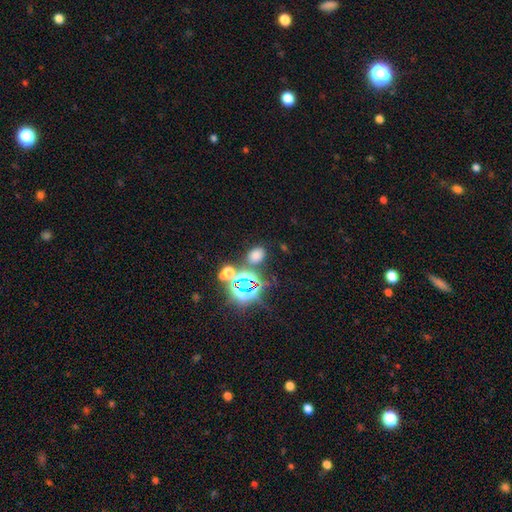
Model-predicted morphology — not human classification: smooth_or_featured: smooth (p=0.57) [alt: star or artifact p=0.36]
how_rounded: in between (p=0.65) [alt: round p=0.33]
merging: none (p=0.78) [alt: minor disturbance p=0.10]